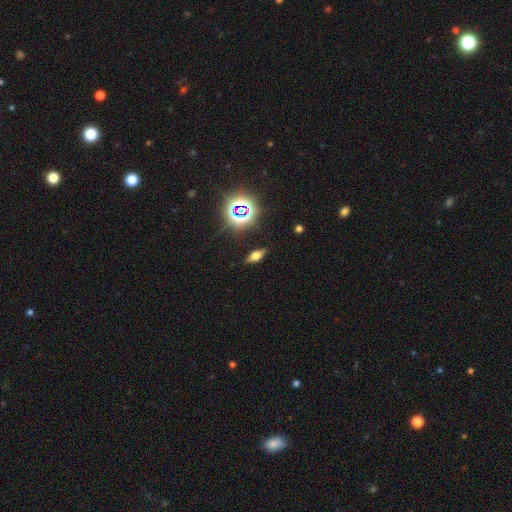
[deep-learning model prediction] This is possibly a smooth galaxy (46%). Merging: clearly none (86%).